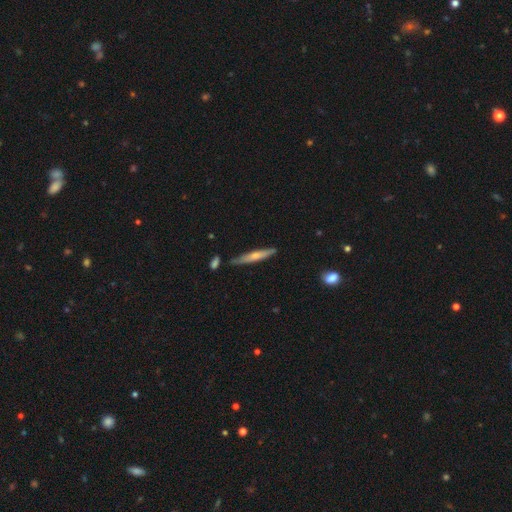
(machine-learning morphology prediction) This appears to be a smooth galaxy with no disk features (54%) that is cigar-shaped (93%). Merging: none (79%).